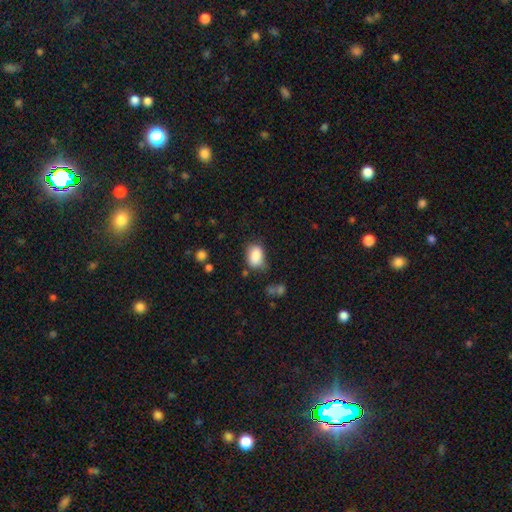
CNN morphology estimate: This appears to be a smooth galaxy with no disk features (86%) that is in between round and cigar-shaped (83%). Merging: none (62%).